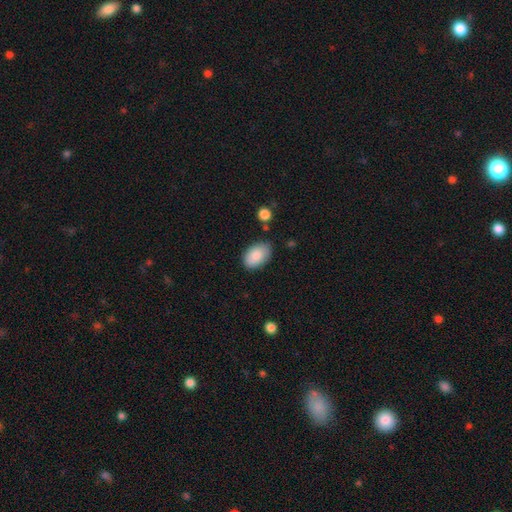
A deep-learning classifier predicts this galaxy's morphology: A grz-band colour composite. It shows a smooth galaxy with no disk features (86%) that is in between round and cigar-shaped (91%). Merging: none (76%).